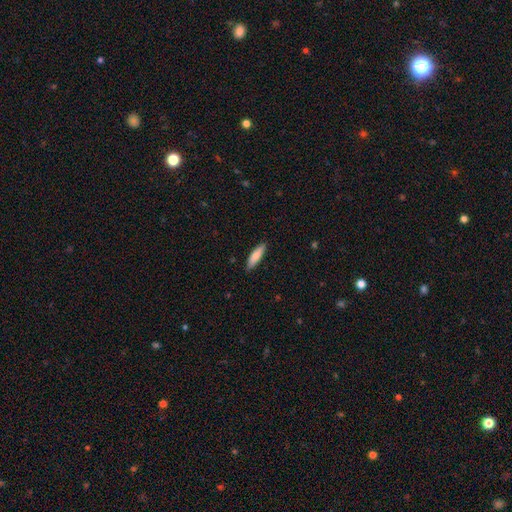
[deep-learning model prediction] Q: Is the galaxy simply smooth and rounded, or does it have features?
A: smooth — 81%.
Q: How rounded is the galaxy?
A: cigar-shaped — 63%.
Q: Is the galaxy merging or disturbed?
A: none — 88%.